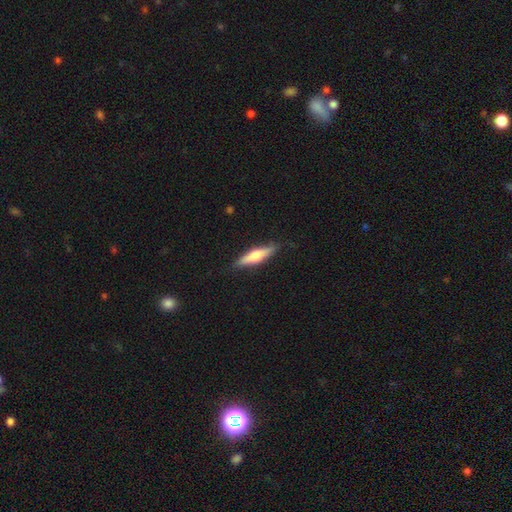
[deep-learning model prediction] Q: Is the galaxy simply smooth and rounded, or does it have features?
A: smooth — 48%.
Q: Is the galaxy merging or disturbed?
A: none — 86%.